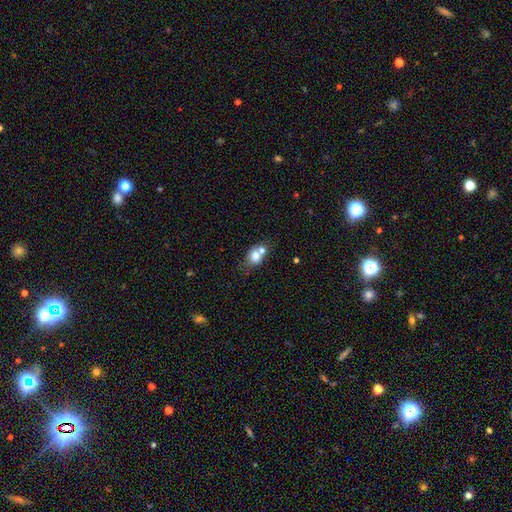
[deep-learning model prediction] smooth_or_featured: smooth (p=0.74) [alt: featured or disk p=0.16]
how_rounded: in between (p=0.54) [alt: round p=0.44]
merging: merger (p=0.45) [alt: none p=0.38]